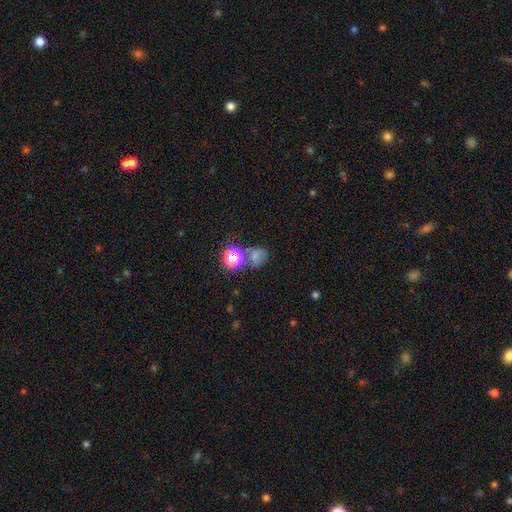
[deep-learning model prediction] The model was most divided on "how rounded": round: 50%, in between: 48%, cigar-shaped: 1%. Remaining: smooth or featured — smooth (58%); merging — none (46%).